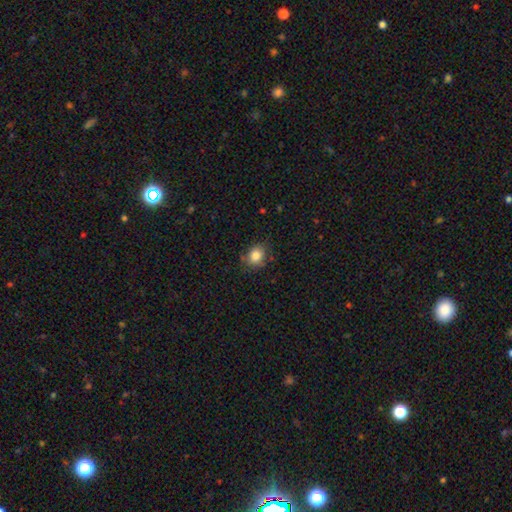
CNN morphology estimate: smooth-or-featured: smooth: 84% | star or artifact: 10% | featured or disk: 6%
  how-rounded: round: 57% | in between: 42% | cigar-shaped: 1%
  merging: none: 77% | minor disturbance: 17% | major disturbance: 4% | merger: 2%